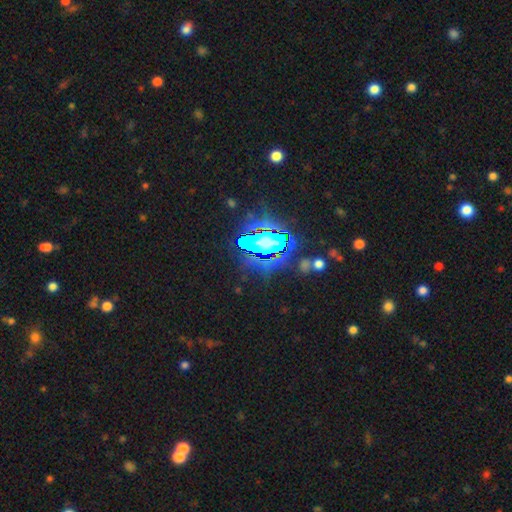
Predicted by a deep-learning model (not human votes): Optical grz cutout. It shows a star or artifact, not a galaxy (84%).